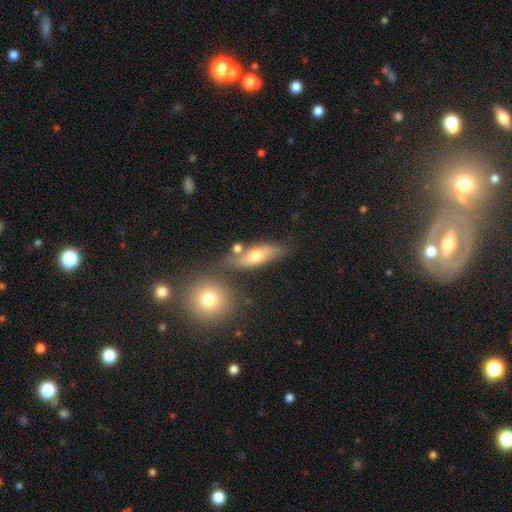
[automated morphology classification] Smooth or featured?
  - smooth: 57% *
  - featured or disk: 34%
  - star or artifact: 9%
How rounded?
  - in between: 59% *
  - cigar-shaped: 33%
  - round: 8%
Merging?
  - none: 62% *
  - minor disturbance: 16%
  - merger: 15%
  - major disturbance: 6%